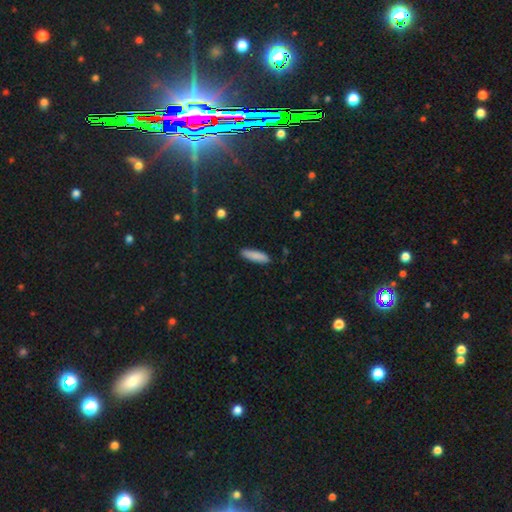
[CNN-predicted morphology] smooth 87%, featured or disk 7%, star or artifact 6%. Down the decision tree: how rounded — cigar-shaped (65%); merging — none (88%).